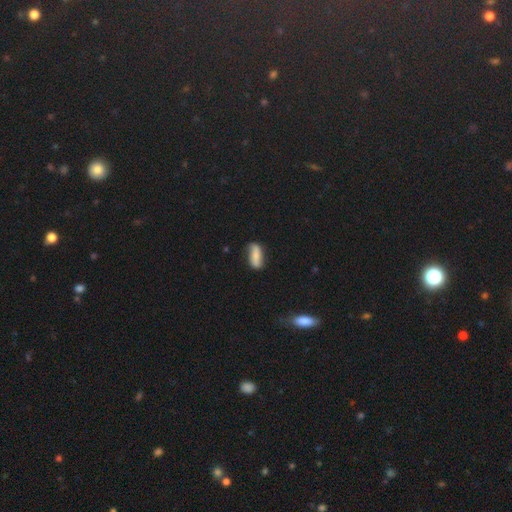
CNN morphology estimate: smooth-or-featured: smooth: 69% | featured or disk: 23% | star or artifact: 8%
  how-rounded: in between: 69% | cigar-shaped: 28% | round: 3%
  merging: none: 69% | minor disturbance: 23% | major disturbance: 5% | merger: 3%